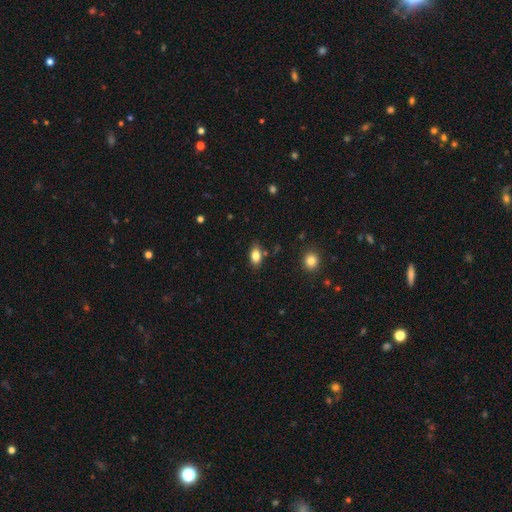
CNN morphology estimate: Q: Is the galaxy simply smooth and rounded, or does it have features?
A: smooth — 83%.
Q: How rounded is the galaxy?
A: in between — 87%.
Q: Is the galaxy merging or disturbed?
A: none — 82%.